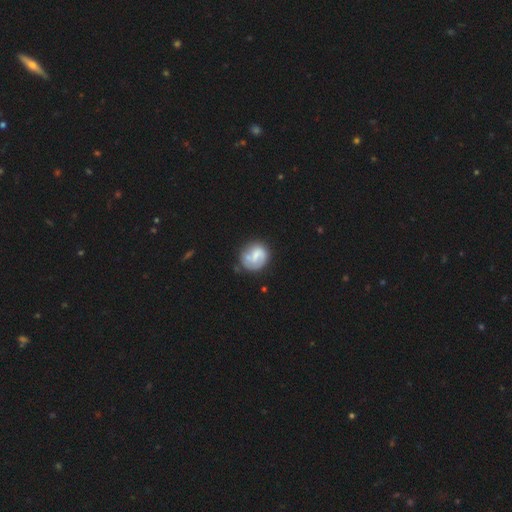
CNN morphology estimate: type=smooth (48%); merging=none (60%).